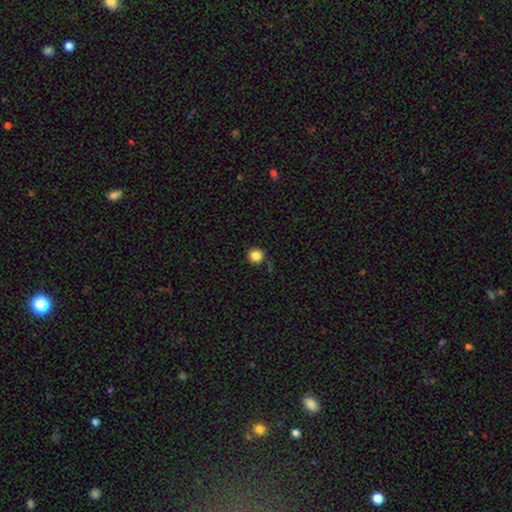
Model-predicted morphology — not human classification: Overall: smooth (85%). How rounded: round (95%). Merging: none (87%).